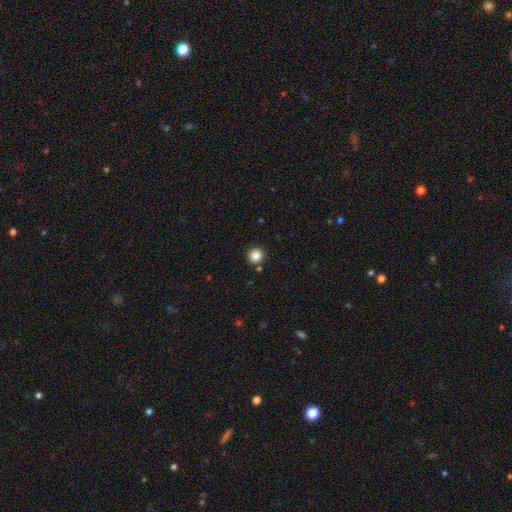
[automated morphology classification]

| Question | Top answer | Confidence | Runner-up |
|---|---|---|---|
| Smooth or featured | smooth | 85% | star or artifact (11%) |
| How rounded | round | 94% | in between (5%) |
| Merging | none | 89% | minor disturbance (6%) |